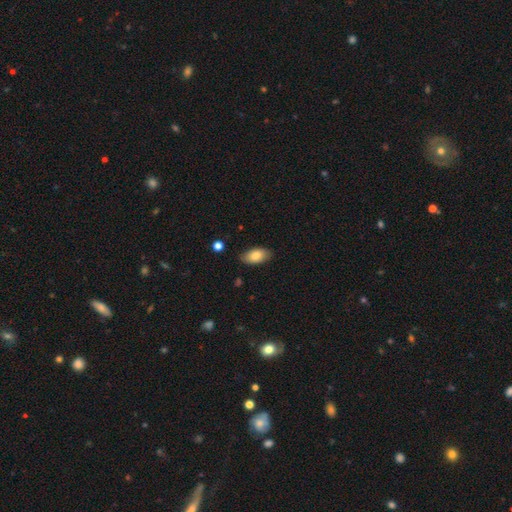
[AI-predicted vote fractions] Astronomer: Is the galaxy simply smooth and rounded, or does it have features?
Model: smooth — 83%.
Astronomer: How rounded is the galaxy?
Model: in between — 93%.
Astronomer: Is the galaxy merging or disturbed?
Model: none — 83%.